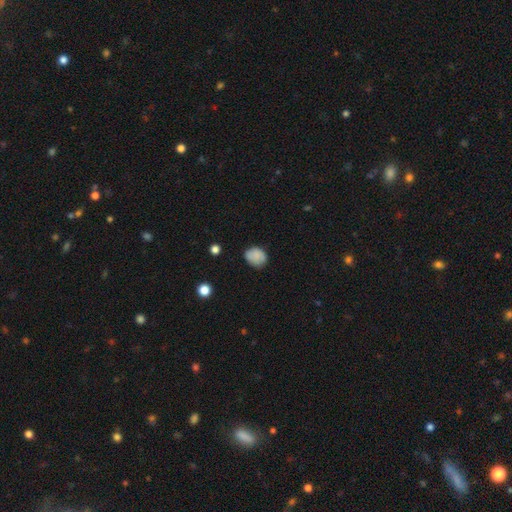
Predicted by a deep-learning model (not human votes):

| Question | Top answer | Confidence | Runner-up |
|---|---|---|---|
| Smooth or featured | smooth | 83% | star or artifact (9%) |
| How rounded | round | 58% | in between (41%) |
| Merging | none | 74% | minor disturbance (20%) |